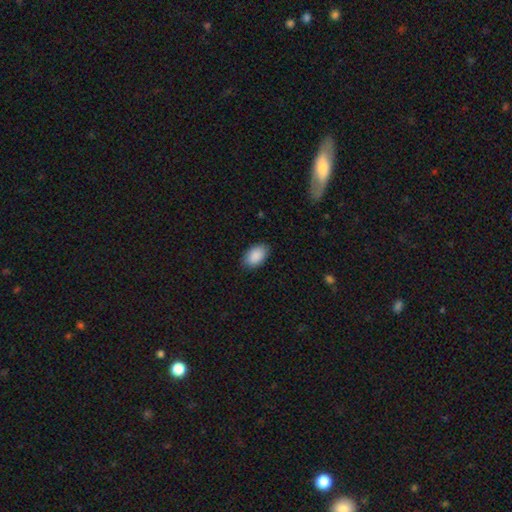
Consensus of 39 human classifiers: Smooth or featured: smooth — 90% (star or artifact — 10%)
How rounded: in between — 94% (round — 6%)
Merging: none — 86% (major disturbance — 9%)